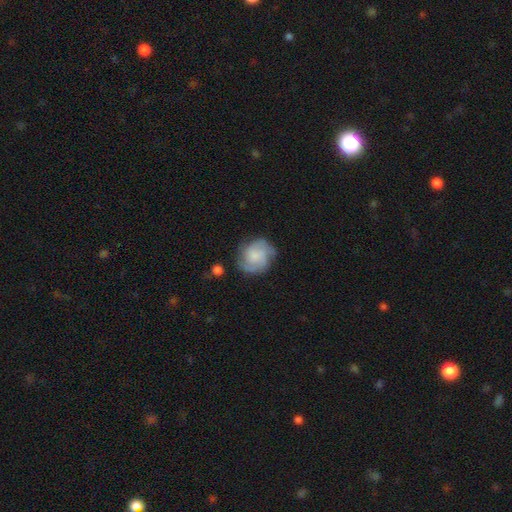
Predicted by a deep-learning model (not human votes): This appears to be a featured or disk galaxy (69%) with no bar (71%), 3 (39%) tight (47%) spiral arms (94%) and a small central bulge (39%). Merging: none (72%).